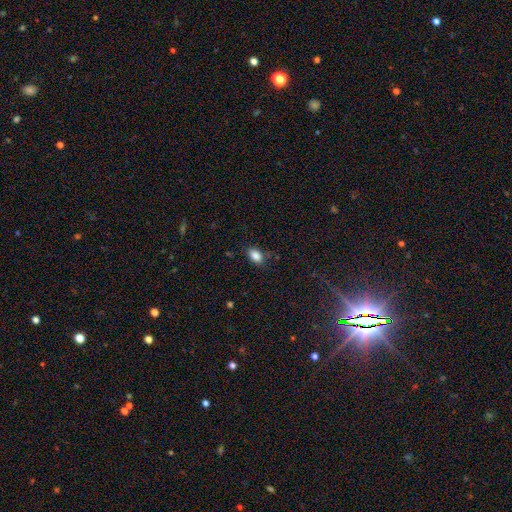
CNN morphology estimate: This is clearly a smooth galaxy (86%). How rounded: clearly in between (88%). Merging: likely none (78%).